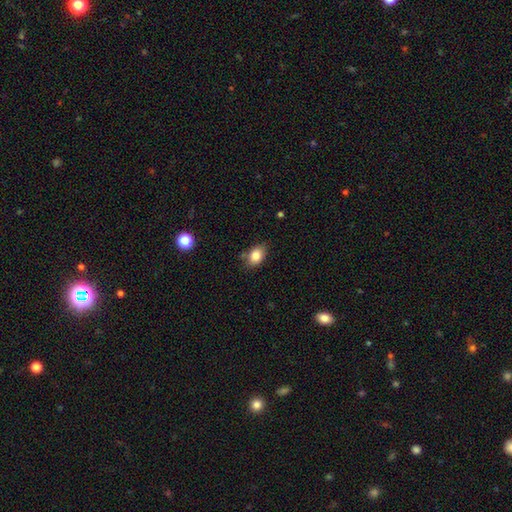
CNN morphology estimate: type=smooth (84%); roundness=in between (78%); merging=none (75%).